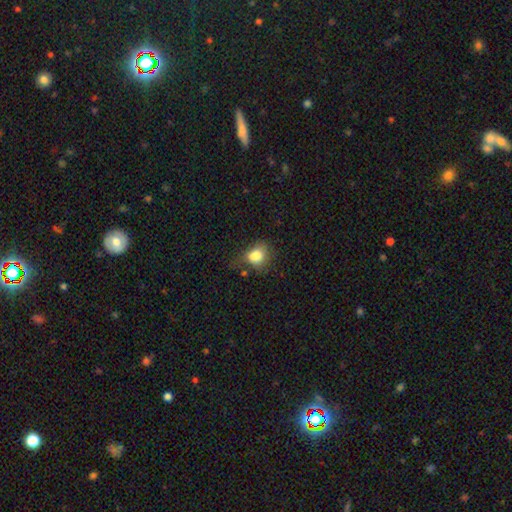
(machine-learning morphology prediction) This is clearly a smooth galaxy (81%). How rounded: possibly round (50%). Merging: marginally none (42%).